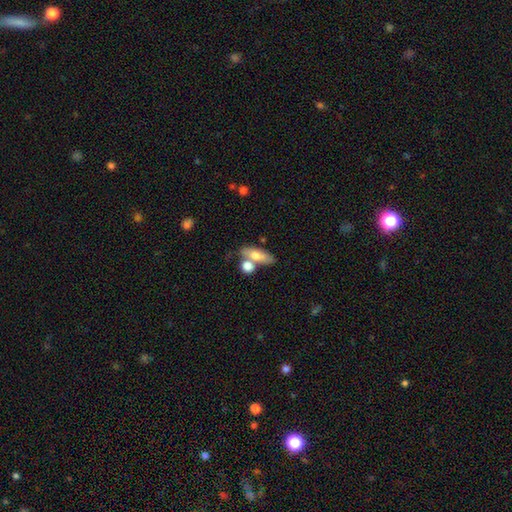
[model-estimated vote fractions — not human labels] Q: Smooth or featured?
A: smooth (69%); runner-up: featured or disk (24%)
Q: How rounded?
A: in between (60%); runner-up: cigar-shaped (30%)
Q: Merging?
A: none (48%); runner-up: merger (34%)